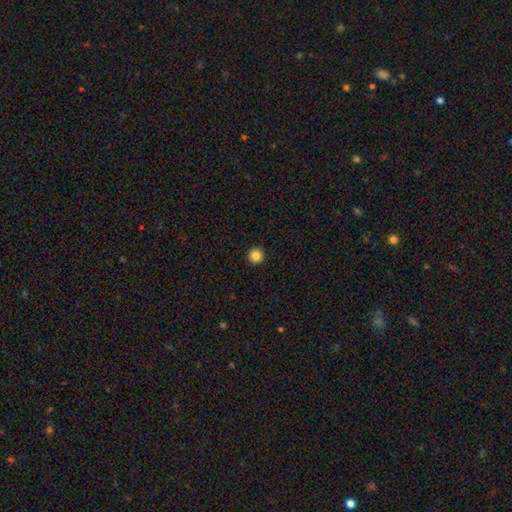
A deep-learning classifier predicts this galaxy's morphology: Overall: smooth (86%). How rounded: round (96%). Merging: none (94%).